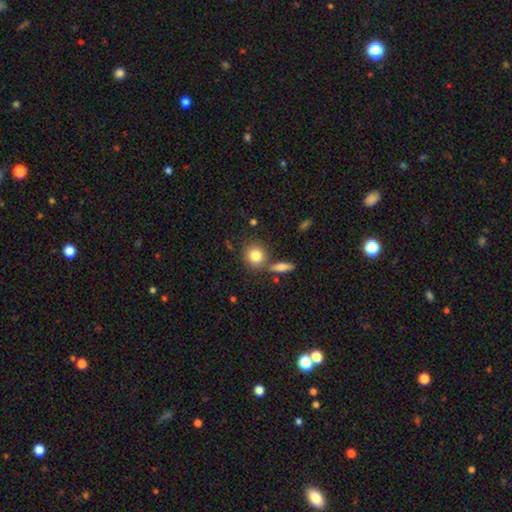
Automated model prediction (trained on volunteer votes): smooth-or-featured: smooth: 82% | featured or disk: 9% | star or artifact: 8%
  how-rounded: round: 81% | in between: 17% | cigar-shaped: 2%
  merging: none: 69% | merger: 17% | minor disturbance: 11% | major disturbance: 3%